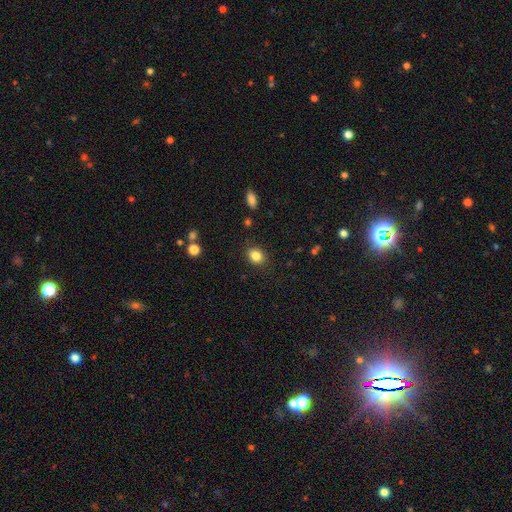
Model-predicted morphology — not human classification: The model was most divided on "how rounded": in between: 51%, round: 48%, cigar-shaped: 1%. More confident: merging — none (87%); smooth or featured — smooth (84%).